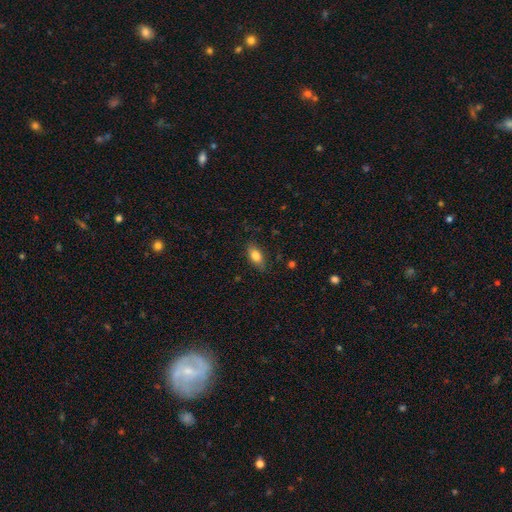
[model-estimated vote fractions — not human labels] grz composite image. It shows a smooth galaxy with no disk features (79%) that is in between round and cigar-shaped (85%). Merging: none (81%).